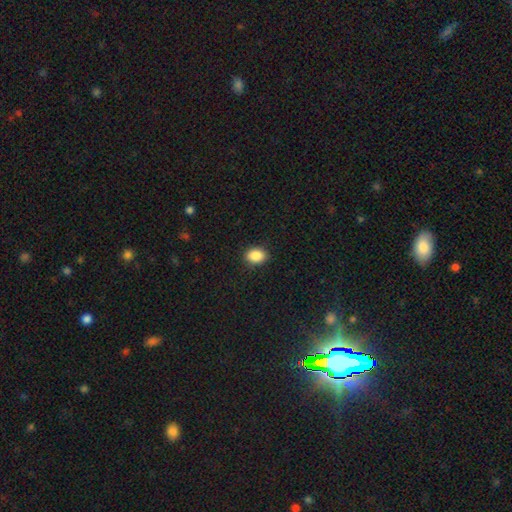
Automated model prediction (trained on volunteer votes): Q: Smooth or featured?
A: smooth (88%); runner-up: star or artifact (8%)
Q: How rounded?
A: in between (67%); runner-up: round (32%)
Q: Merging?
A: none (89%); runner-up: minor disturbance (8%)